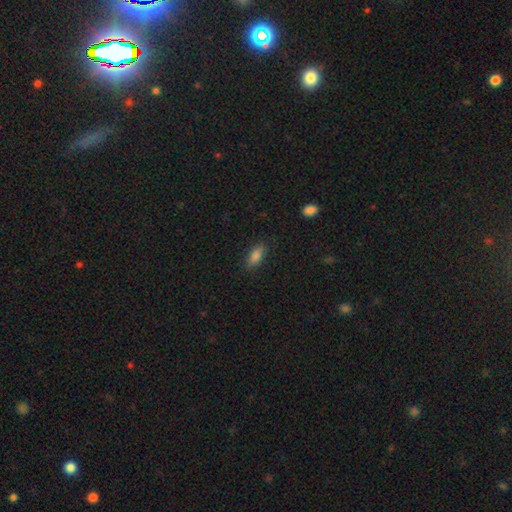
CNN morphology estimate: This appears to be a smooth galaxy with no disk features (85%) that is in between round and cigar-shaped (82%). Merging: none (85%).